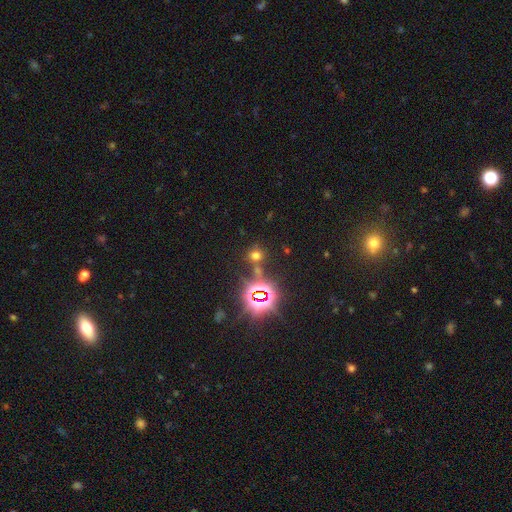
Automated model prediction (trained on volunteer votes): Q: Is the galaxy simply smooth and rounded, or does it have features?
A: smooth — 51%.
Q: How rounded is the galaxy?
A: round — 81%.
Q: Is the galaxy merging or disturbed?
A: none — 71%.